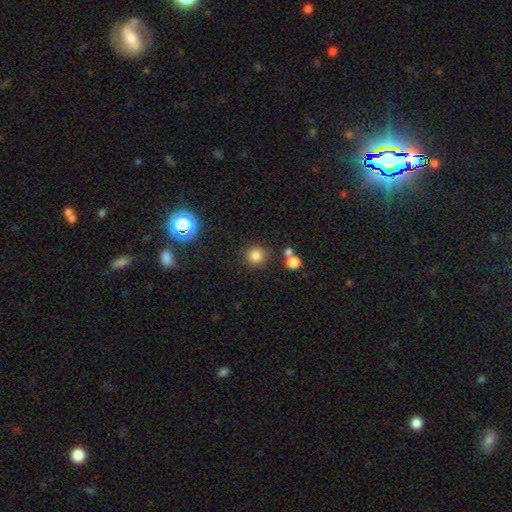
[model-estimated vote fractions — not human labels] smooth_or_featured: smooth (p=0.82) [alt: star or artifact p=0.13]
how_rounded: round (p=0.92) [alt: in between p=0.07]
merging: none (p=0.82) [alt: minor disturbance p=0.08]